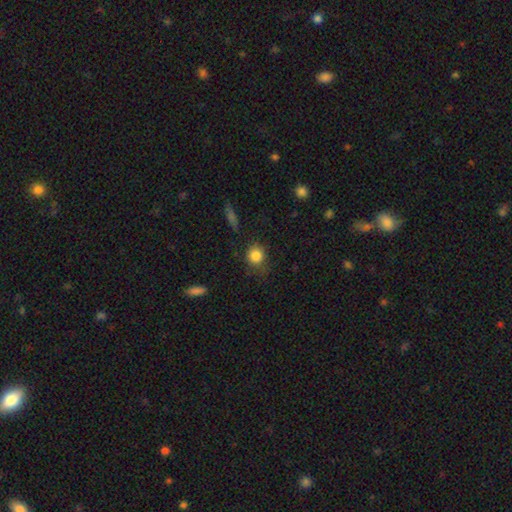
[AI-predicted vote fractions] Smooth or featured? smooth (85%)
How rounded? round (83%)
Merging? none (72%)